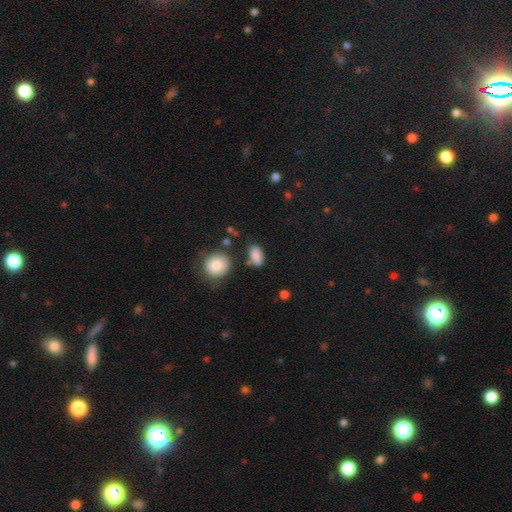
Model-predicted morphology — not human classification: smooth_or_featured: smooth (p=0.86) [alt: star or artifact p=0.09]
how_rounded: in between (p=0.88) [alt: round p=0.09]
merging: none (p=0.70) [alt: minor disturbance p=0.18]